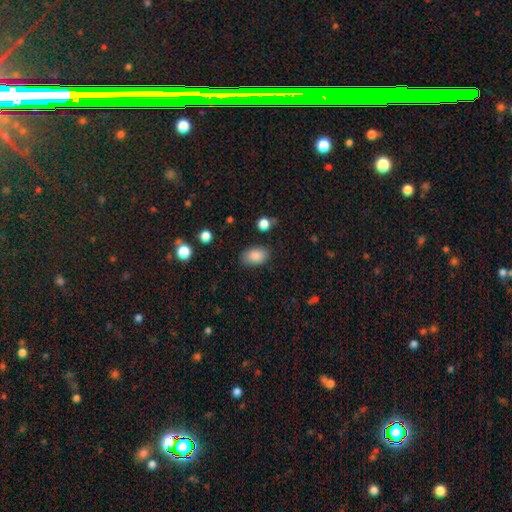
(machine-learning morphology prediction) Smooth or featured: smooth — 87% (star or artifact — 8%)
How rounded: in between — 89% (round — 10%)
Merging: none — 81% (minor disturbance — 14%)